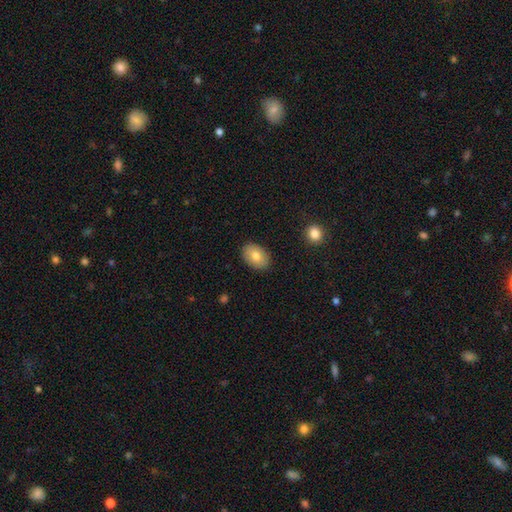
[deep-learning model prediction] Smooth or featured? smooth (79%)
How rounded? in between (82%)
Merging? none (88%)